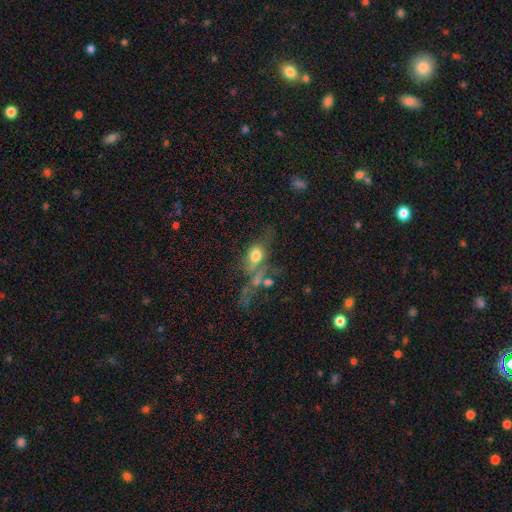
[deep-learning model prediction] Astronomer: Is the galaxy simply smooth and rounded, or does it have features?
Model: smooth — 54%.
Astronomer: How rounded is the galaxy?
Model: in between — 60%.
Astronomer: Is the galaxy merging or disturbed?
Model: none — 30%, tied with major disturbance at 30%.